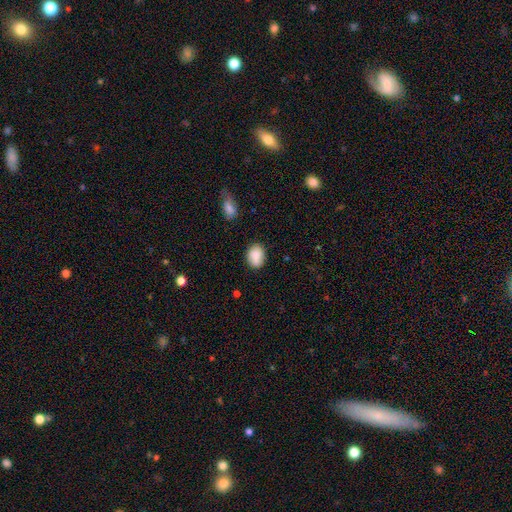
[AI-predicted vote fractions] Smooth or featured?
  - smooth: 85% *
  - star or artifact: 8%
  - featured or disk: 7%
How rounded?
  - in between: 71% *
  - round: 28%
  - cigar-shaped: 1%
Merging?
  - none: 73% *
  - minor disturbance: 19%
  - merger: 4%
  - major disturbance: 4%